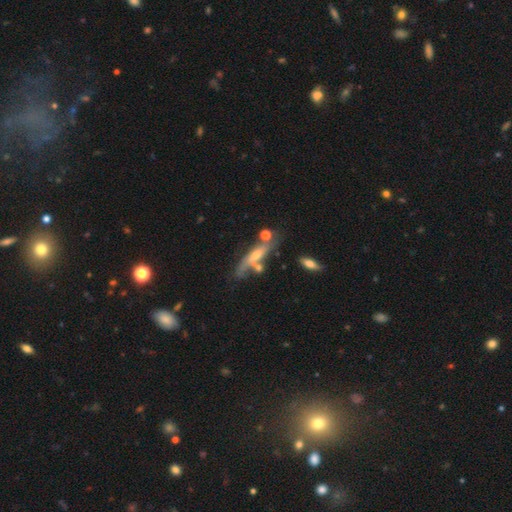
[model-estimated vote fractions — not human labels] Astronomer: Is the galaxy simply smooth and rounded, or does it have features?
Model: featured or disk — 55% (runner-up: smooth, 36%).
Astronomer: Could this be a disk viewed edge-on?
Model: yes — 56% (runner-up: no, 44%).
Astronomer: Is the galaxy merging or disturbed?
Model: none — 39% (runner-up: merger, 24%).